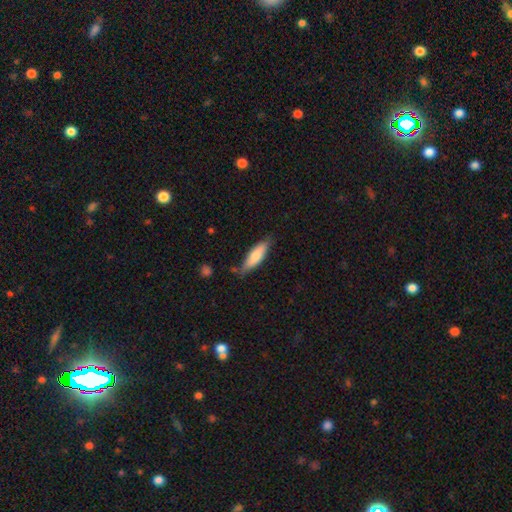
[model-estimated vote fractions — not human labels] A smooth galaxy with no disk features (74%) that is cigar-shaped (52%).

Vote fractions:
- Smooth or featured? smooth: 74% / featured or disk: 20% / star or artifact: 6%
- How rounded? cigar-shaped: 52% / in between: 47% / round: 2%
- Merging? none: 71% / minor disturbance: 22% / major disturbance: 4% / merger: 3%